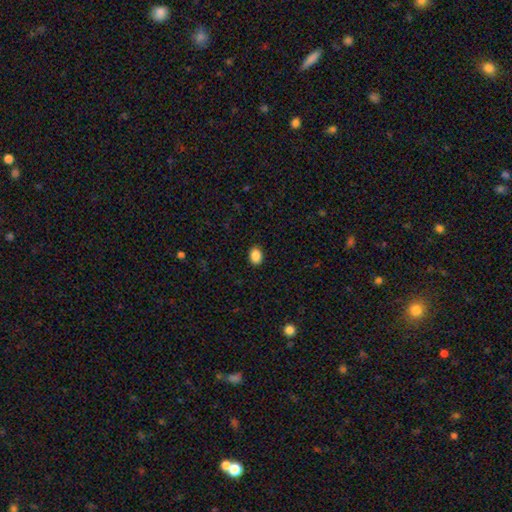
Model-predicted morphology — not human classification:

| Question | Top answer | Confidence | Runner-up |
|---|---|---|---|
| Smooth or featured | smooth | 88% | star or artifact (9%) |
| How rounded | in between | 70% | round (29%) |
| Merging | none | 90% | minor disturbance (7%) |